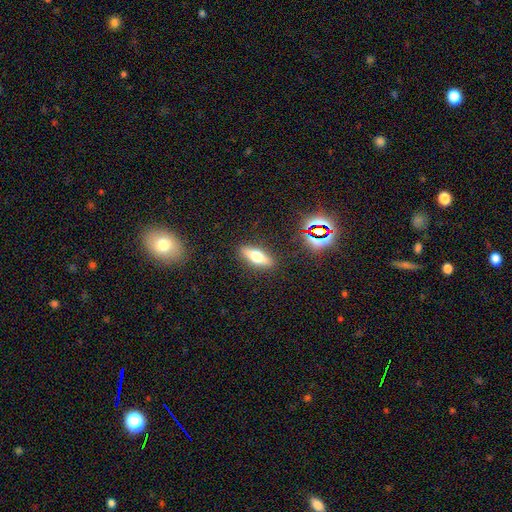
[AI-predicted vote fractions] Smooth or featured?
  - smooth: 54% *
  - featured or disk: 36%
  - star or artifact: 10%
How rounded?
  - in between: 51% *
  - cigar-shaped: 45%
  - round: 4%
Merging?
  - none: 88% *
  - minor disturbance: 8%
  - major disturbance: 2%
  - merger: 2%